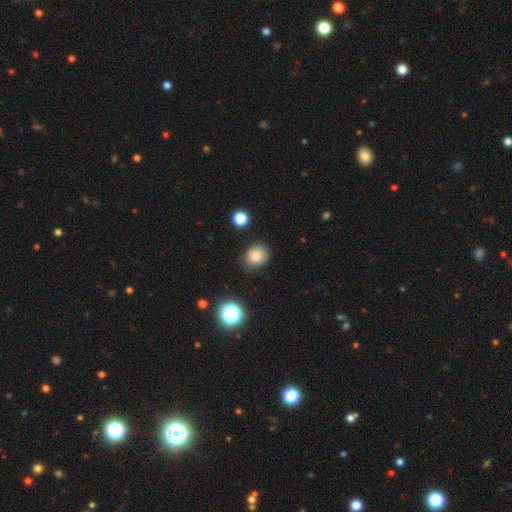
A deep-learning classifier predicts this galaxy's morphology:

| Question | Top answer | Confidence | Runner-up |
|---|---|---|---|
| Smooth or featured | smooth | 80% | star or artifact (12%) |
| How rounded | round | 74% | in between (25%) |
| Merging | none | 82% | minor disturbance (13%) |